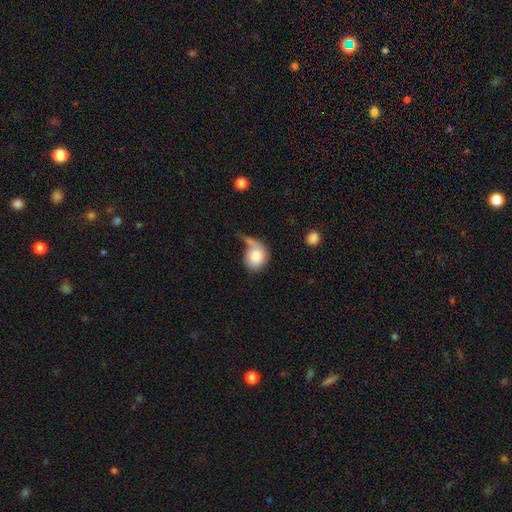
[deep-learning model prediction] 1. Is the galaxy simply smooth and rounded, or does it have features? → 80% smooth, 13% featured or disk, 7% star or artifact.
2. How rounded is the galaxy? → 70% round, 29% in between, 1% cigar-shaped.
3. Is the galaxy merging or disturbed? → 30% major disturbance, 29% none, 24% minor disturbance, 16% merger.